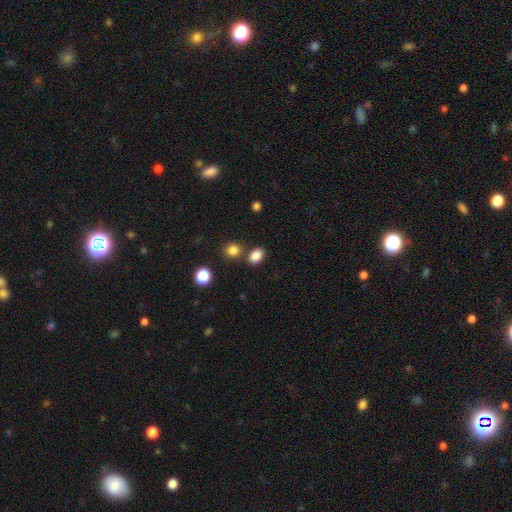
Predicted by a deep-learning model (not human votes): This appears to be a smooth galaxy with no disk features (85%) that is in between round and cigar-shaped (67%). Merging: none (74%).